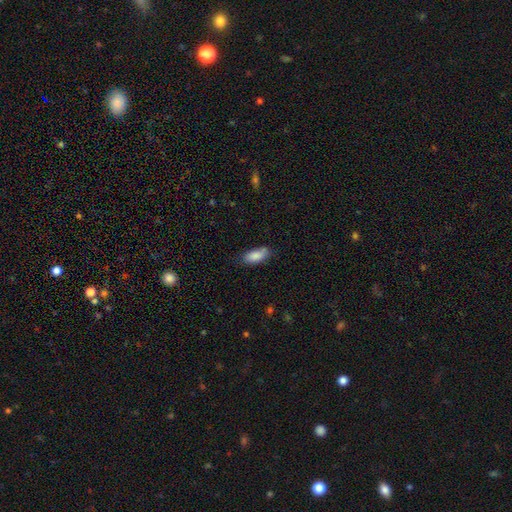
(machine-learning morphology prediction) smooth 87%, star or artifact 7%, featured or disk 6%. Down the decision tree: how rounded — in between (84%); merging — none (73%).